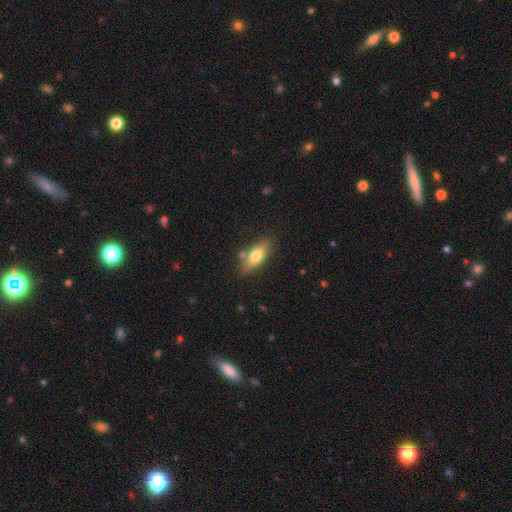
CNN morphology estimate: smooth_or_featured: smooth (p=0.70) [alt: featured or disk p=0.23]
how_rounded: in between (p=0.74) [alt: cigar-shaped p=0.22]
merging: none (p=0.75) [alt: minor disturbance p=0.14]